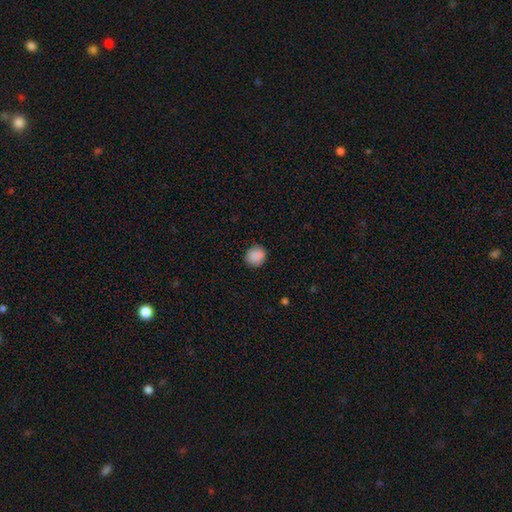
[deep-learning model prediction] Smooth or featured? Predicted: smooth (p=0.89). How rounded? Predicted: round (p=0.84). Merging? Predicted: none (p=0.87).